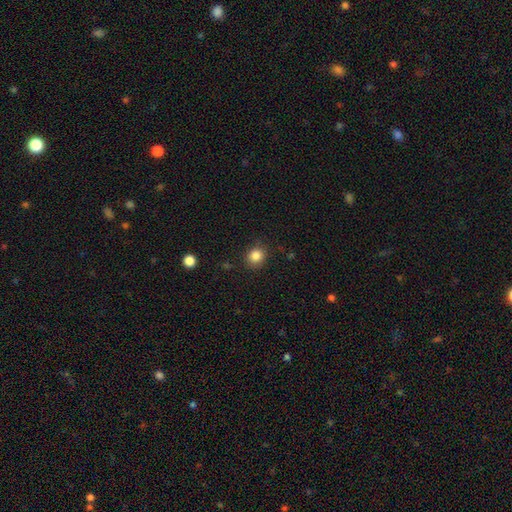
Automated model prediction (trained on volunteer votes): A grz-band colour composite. It shows a smooth galaxy with no disk features (85%) that is round (78%). Merging: none (86%).